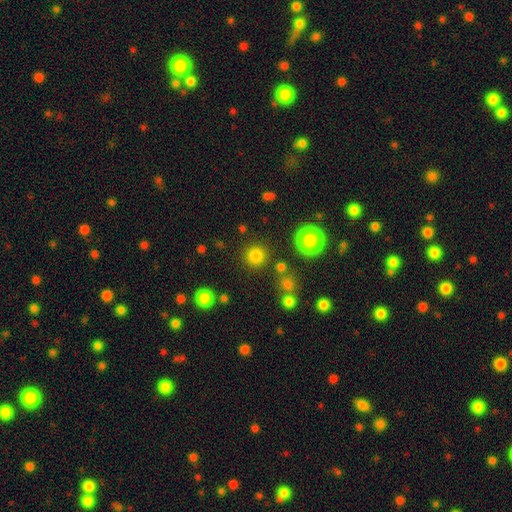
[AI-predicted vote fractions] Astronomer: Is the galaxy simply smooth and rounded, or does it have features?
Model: smooth — 80%.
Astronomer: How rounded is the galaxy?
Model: round — 94%.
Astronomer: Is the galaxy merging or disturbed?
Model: none — 88%.